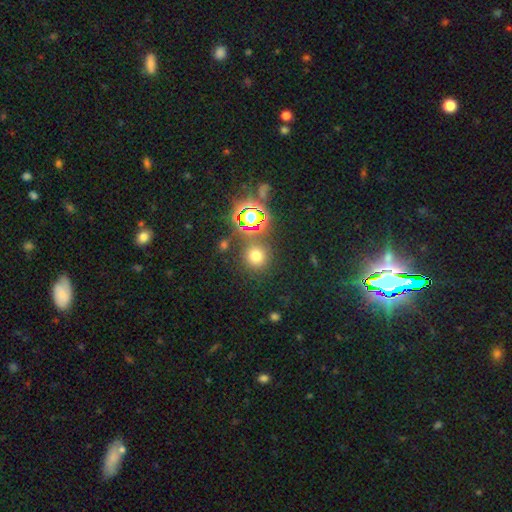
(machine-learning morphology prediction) The model was most divided on "smooth or featured": smooth: 63%, star or artifact: 30%, featured or disk: 7%. More confident: how rounded — round (90%); merging — none (80%).